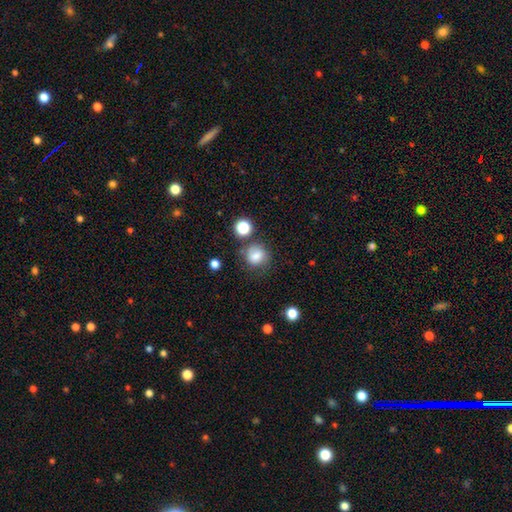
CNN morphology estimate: A smooth galaxy with no disk features (78%) that is round (80%). Merging: none (67%).